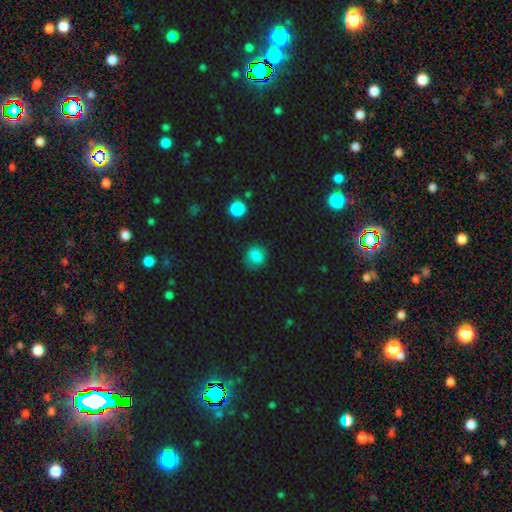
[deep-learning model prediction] Q: Smooth or featured?
A: smooth (81%); runner-up: star or artifact (11%)
Q: How rounded?
A: round (71%); runner-up: in between (28%)
Q: Merging?
A: none (75%); runner-up: minor disturbance (18%)